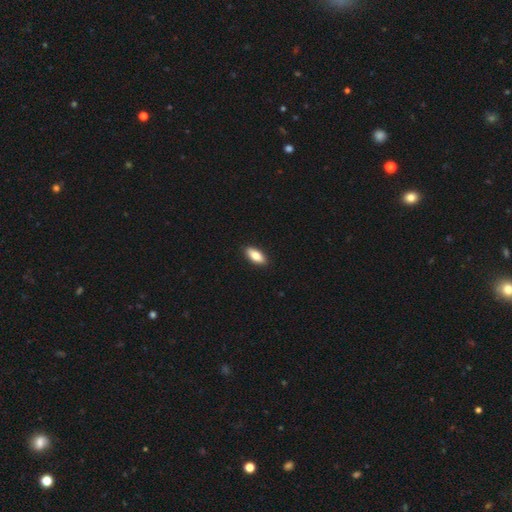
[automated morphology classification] This appears to be a smooth galaxy with no disk features (81%) that is in between round and cigar-shaped (83%). Merging: none (91%).